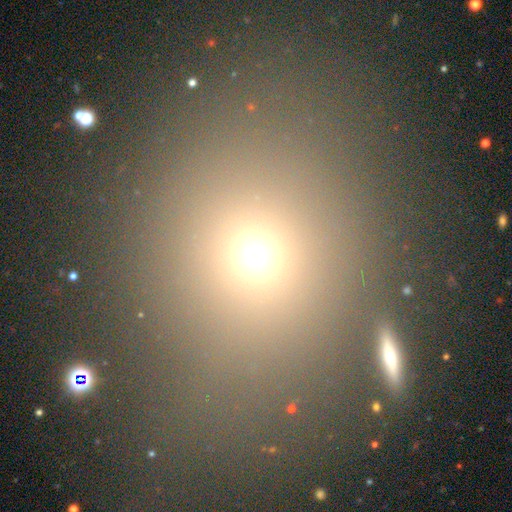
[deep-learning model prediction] A smooth galaxy with no disk features (68%) that is round (80%). Merging: none (74%).